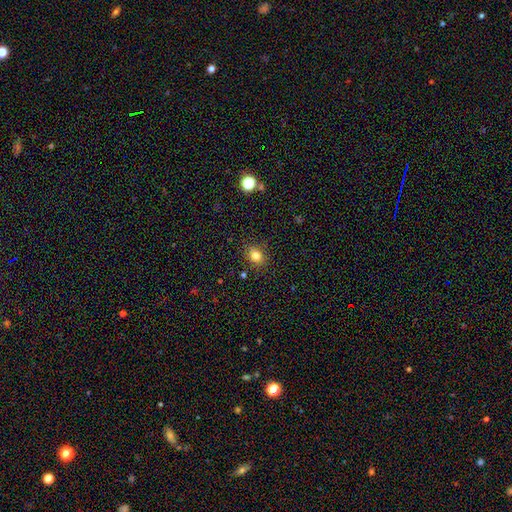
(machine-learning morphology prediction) Smooth or featured? Predicted: smooth (p=0.81). How rounded? Predicted: round (p=0.53). Merging? Predicted: none (p=0.84).